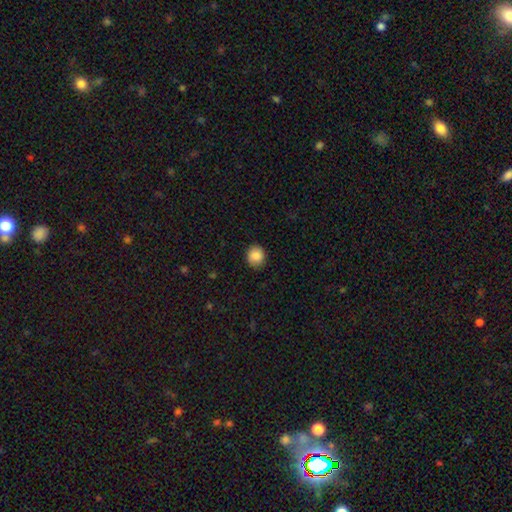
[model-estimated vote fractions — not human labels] Smooth or featured?
  - smooth: 88% *
  - star or artifact: 8%
  - featured or disk: 4%
How rounded?
  - round: 83% *
  - in between: 16%
  - cigar-shaped: 1%
Merging?
  - none: 89% *
  - minor disturbance: 8%
  - major disturbance: 2%
  - merger: 1%